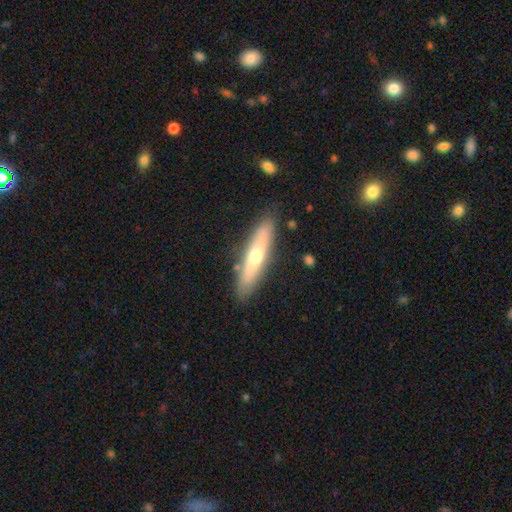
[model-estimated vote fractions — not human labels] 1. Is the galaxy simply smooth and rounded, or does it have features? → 50% smooth, 44% featured or disk, 6% star or artifact.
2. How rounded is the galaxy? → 80% cigar-shaped, 18% in between, 2% round.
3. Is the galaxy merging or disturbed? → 84% none, 11% minor disturbance, 2% major disturbance, 2% merger.